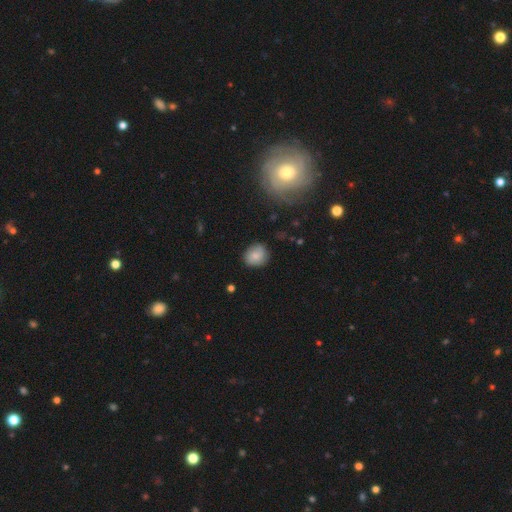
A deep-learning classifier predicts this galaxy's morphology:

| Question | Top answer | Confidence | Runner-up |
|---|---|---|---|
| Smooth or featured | smooth | 79% | featured or disk (12%) |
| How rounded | round | 67% | in between (32%) |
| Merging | none | 78% | minor disturbance (17%) |